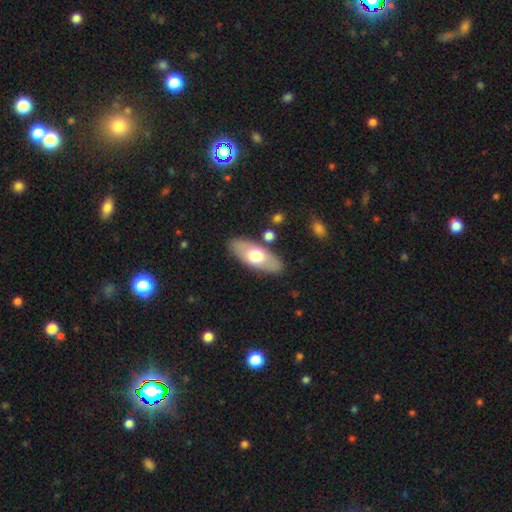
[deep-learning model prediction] smooth_or_featured: smooth (p=0.59) [alt: featured or disk p=0.36]
how_rounded: in between (p=0.81) [alt: cigar-shaped p=0.16]
merging: none (p=0.84) [alt: minor disturbance p=0.10]